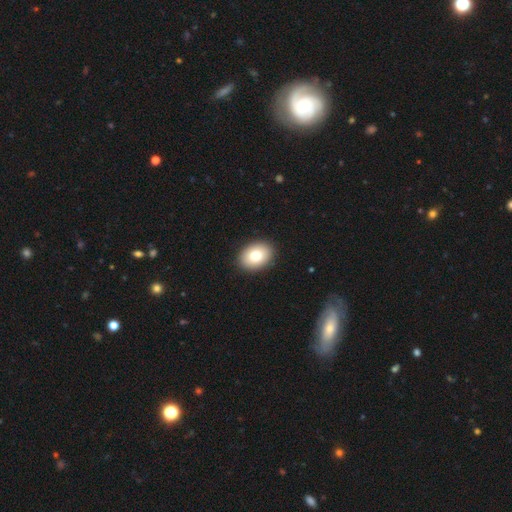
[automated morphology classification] smooth_or_featured: smooth (p=0.79) [alt: featured or disk p=0.13]
how_rounded: in between (p=0.70) [alt: round p=0.29]
merging: none (p=0.91) [alt: minor disturbance p=0.06]